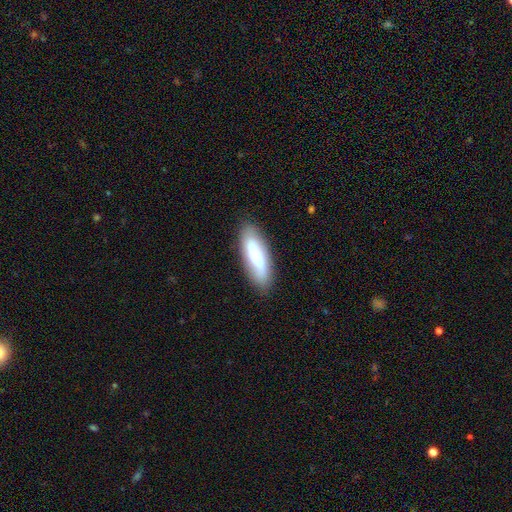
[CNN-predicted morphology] smooth-or-featured: smooth: 55% | featured or disk: 39% | star or artifact: 6%
  how-rounded: in between: 63% | cigar-shaped: 34% | round: 2%
  merging: none: 83% | minor disturbance: 12% | major disturbance: 3% | merger: 2%